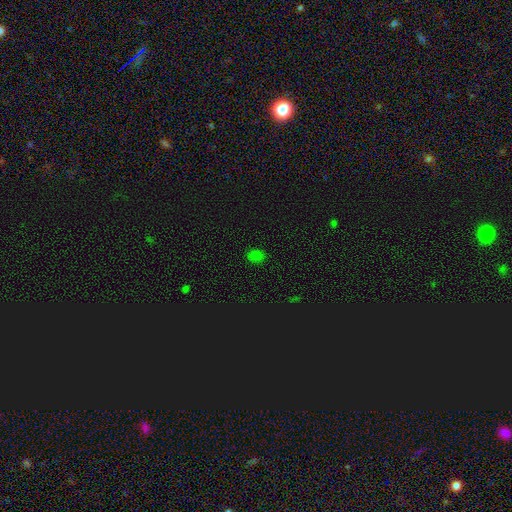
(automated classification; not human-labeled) Overall: smooth (75%). How rounded: in between (67%; round 32%). Merging: none (86%).